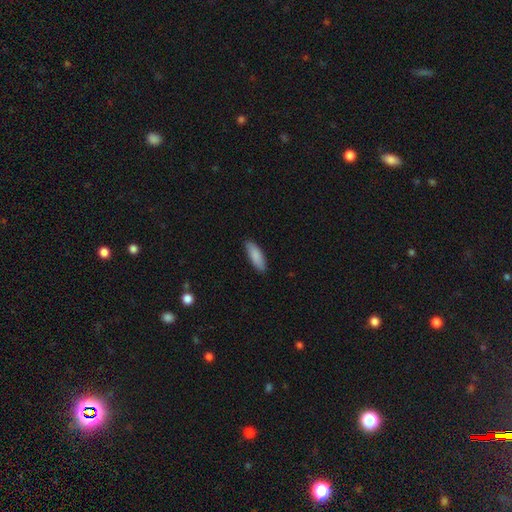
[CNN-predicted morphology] smooth 88%, featured or disk 6%, star or artifact 5%. Down the decision tree: how rounded — in between (60%); merging — none (87%).